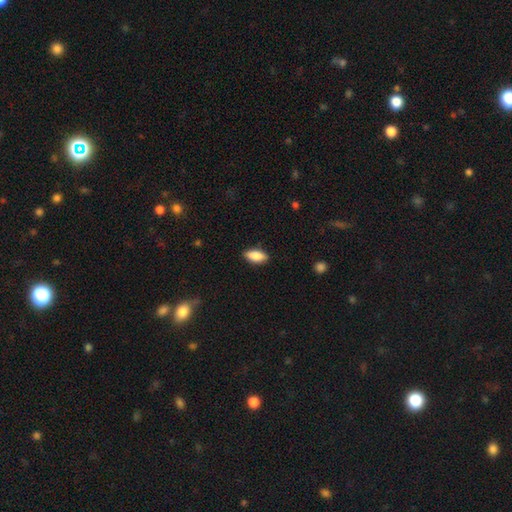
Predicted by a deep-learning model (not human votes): Overall: smooth (85%). How rounded: in between (86%). Merging: none (86%).